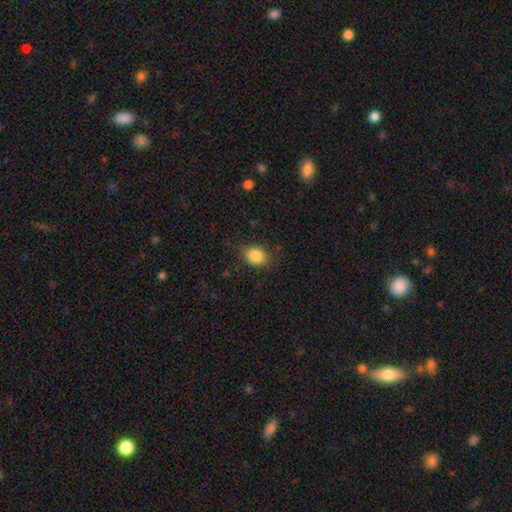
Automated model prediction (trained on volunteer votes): Smooth or featured? smooth (85%)
How rounded? in between (60%)
Merging? none (81%)